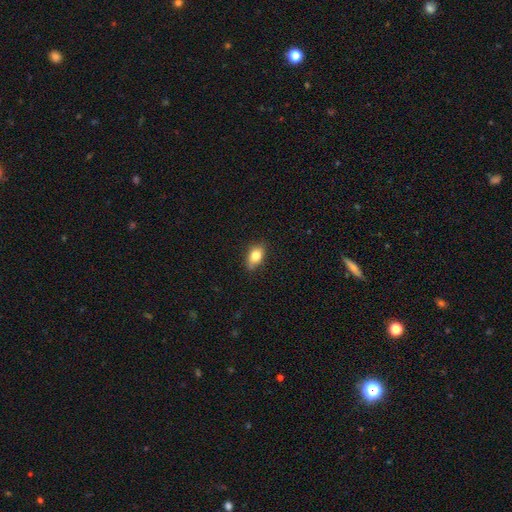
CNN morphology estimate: This is likely a smooth galaxy (78%). How rounded: clearly in between (83%). Merging: likely none (79%).